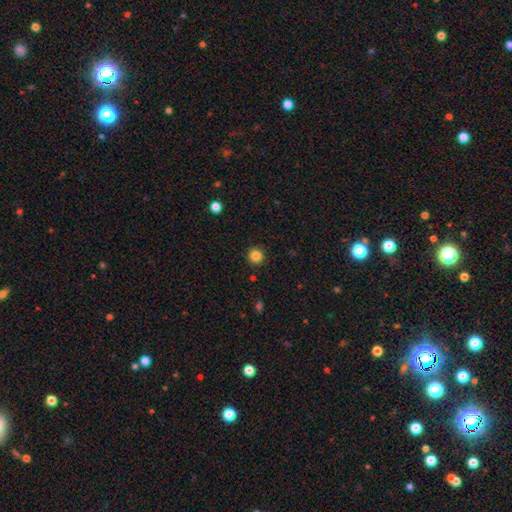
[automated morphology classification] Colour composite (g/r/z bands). It shows a smooth galaxy with no disk features (85%) that is round (95%). Merging: none (92%).